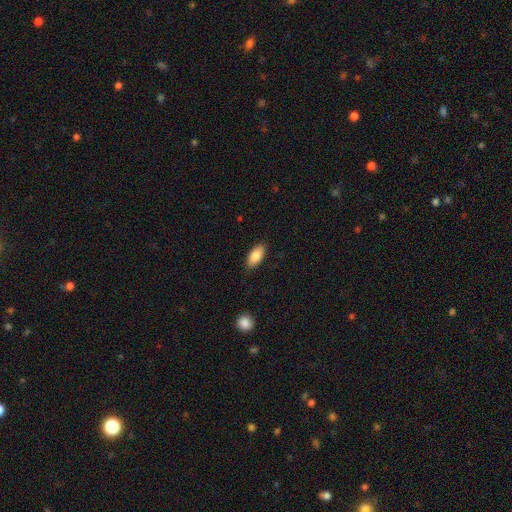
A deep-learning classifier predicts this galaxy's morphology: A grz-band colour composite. It shows a smooth galaxy with no disk features (85%) that is in between round and cigar-shaped (90%). Merging: none (87%).